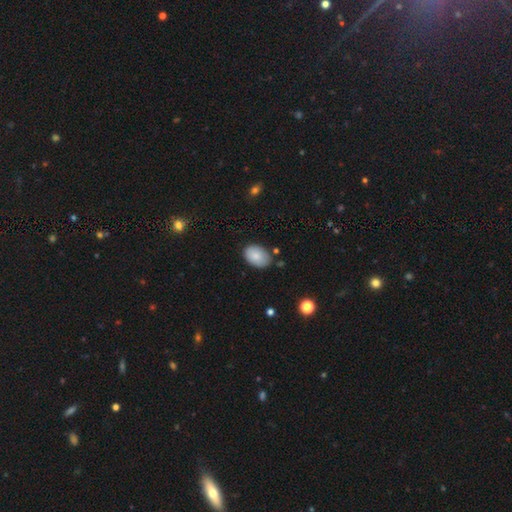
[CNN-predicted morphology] Smooth or featured: smooth — 84% (featured or disk — 9%)
How rounded: in between — 88% (round — 11%)
Merging: none — 78% (minor disturbance — 17%)